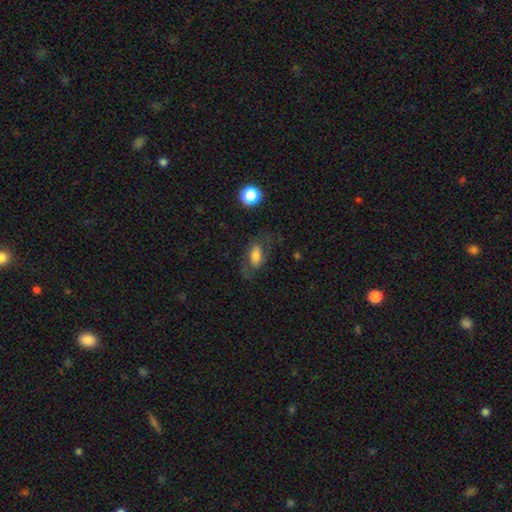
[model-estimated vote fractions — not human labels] The model was most divided on "smooth or featured": smooth: 57%, featured or disk: 32%, star or artifact: 11%. More confident: how rounded — in between (85%); merging — none (57%).